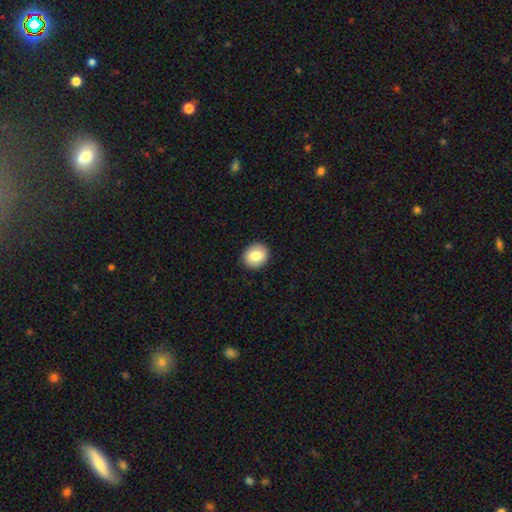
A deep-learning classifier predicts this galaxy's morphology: Smooth or featured? Predicted: smooth (p=0.83). How rounded? Predicted: round (p=0.74). Merging? Predicted: none (p=0.91).